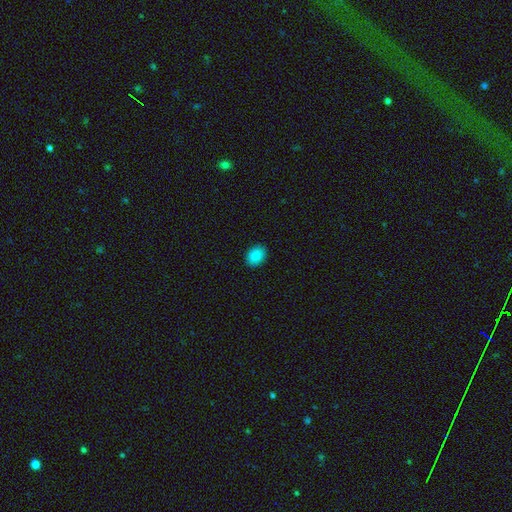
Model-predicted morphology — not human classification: This is clearly a smooth galaxy (88%). How rounded: likely in between (64%). Merging: clearly none (90%).